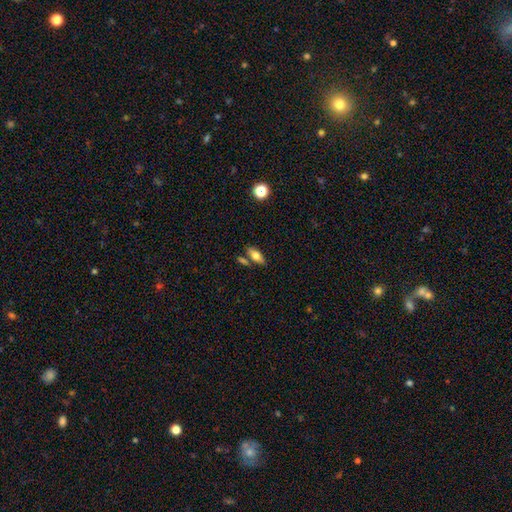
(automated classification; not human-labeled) Smooth or featured? smooth (69%)
How rounded? in between (79%)
Merging? none (71%)